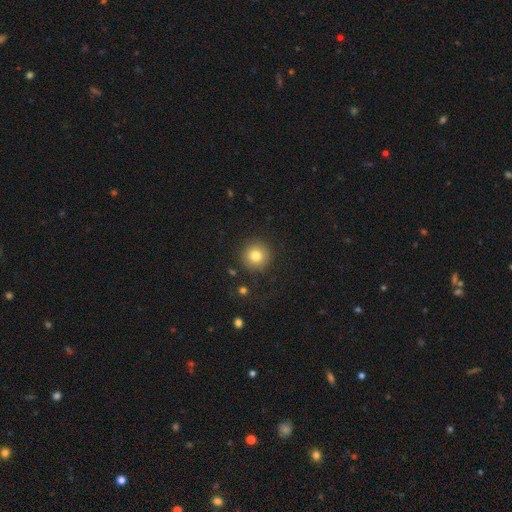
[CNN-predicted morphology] Smooth or featured? Predicted: smooth (p=0.81). How rounded? Predicted: round (p=0.95). Merging? Predicted: none (p=0.90).